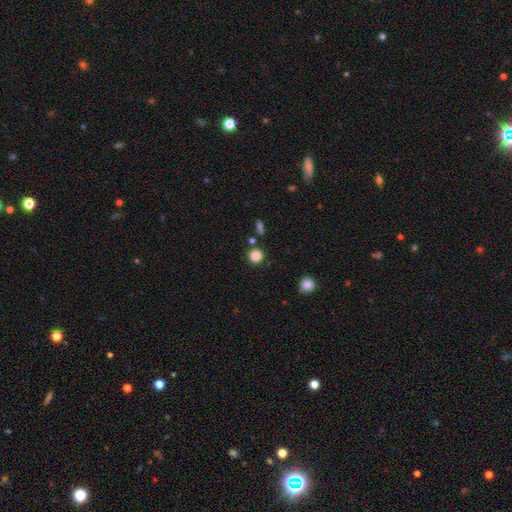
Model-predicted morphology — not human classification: Smooth or featured: smooth — 84% (star or artifact — 12%)
How rounded: round — 93% (in between — 6%)
Merging: none — 84% (minor disturbance — 8%)